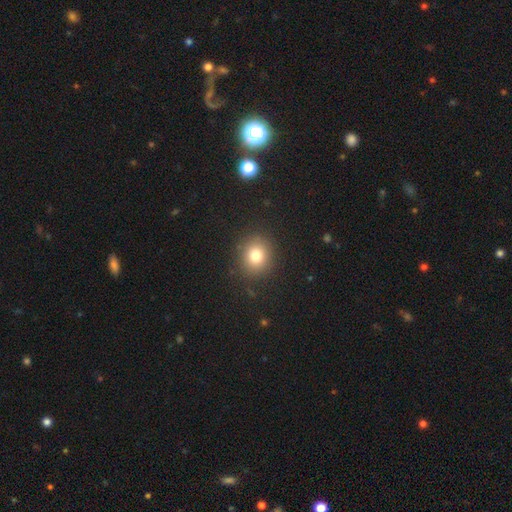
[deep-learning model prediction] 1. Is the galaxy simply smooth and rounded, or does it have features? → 79% smooth, 13% star or artifact, 9% featured or disk.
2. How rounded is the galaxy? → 76% round, 23% in between, 1% cigar-shaped.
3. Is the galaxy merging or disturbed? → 88% none, 8% minor disturbance, 3% major disturbance, 1% merger.